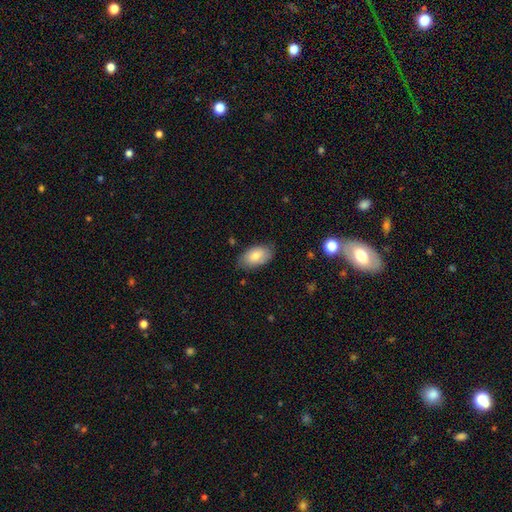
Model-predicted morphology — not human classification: smooth-or-featured: smooth: 78% | featured or disk: 16% | star or artifact: 6%
  how-rounded: in between: 94% | round: 4% | cigar-shaped: 2%
  merging: none: 77% | minor disturbance: 19% | major disturbance: 3% | merger: 1%